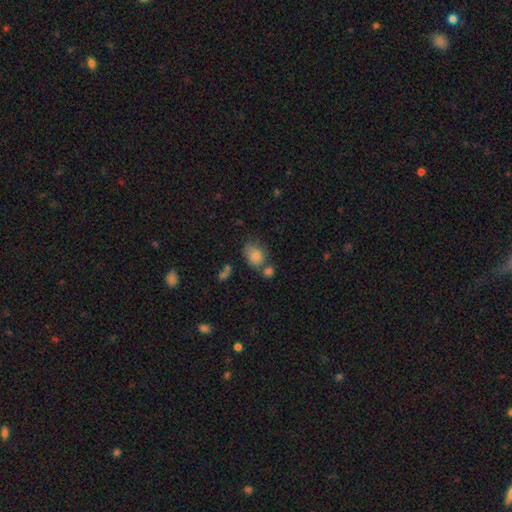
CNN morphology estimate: This is likely a smooth galaxy (79%). How rounded: possibly in between (59%). Merging: possibly none (50%).